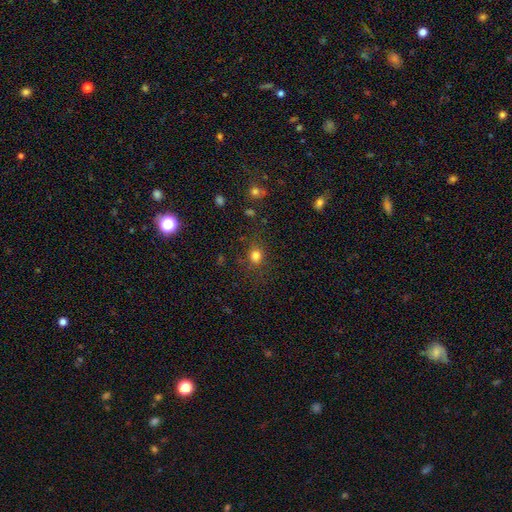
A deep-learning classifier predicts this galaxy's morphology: smooth 79%, star or artifact 15%, featured or disk 6%. Down the decision tree: how rounded — round (69%); merging — none (81%).